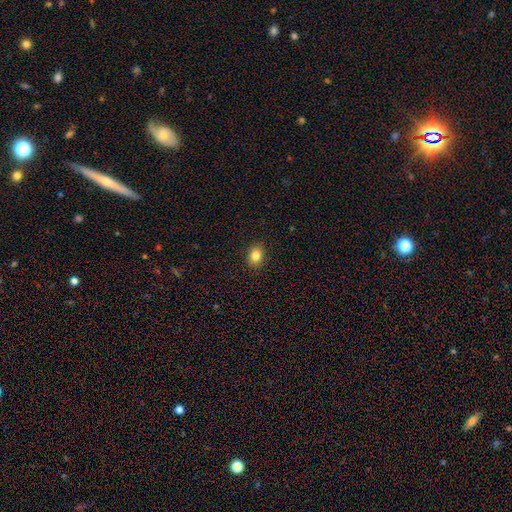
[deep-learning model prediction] This appears to be a smooth galaxy with no disk features (84%) that is in between round and cigar-shaped (63%). Merging: none (90%).